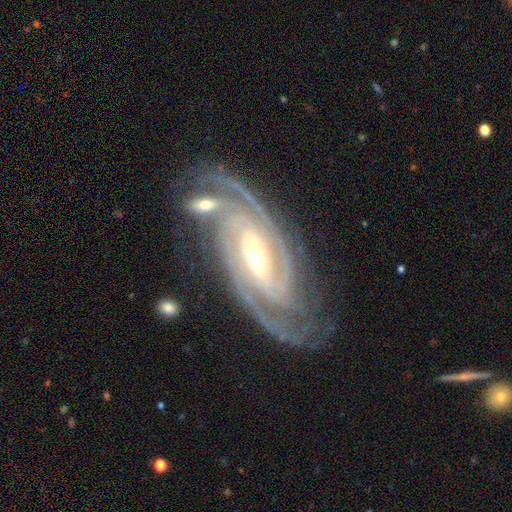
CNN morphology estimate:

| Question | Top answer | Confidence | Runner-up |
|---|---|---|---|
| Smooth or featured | featured or disk | 93% | star or artifact (5%) |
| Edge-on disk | no | 96% | yes (4%) |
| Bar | strong | 42% | weak (36%) |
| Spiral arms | yes | 99% | no (1%) |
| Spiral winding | tight | 71% | medium (26%) |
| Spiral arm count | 2 | 41% | 3 (27%) |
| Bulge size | small | 58% | moderate (38%) |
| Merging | none | 73% | minor disturbance (15%) |